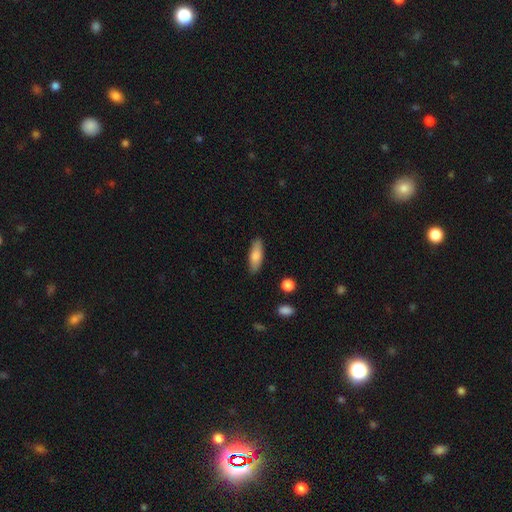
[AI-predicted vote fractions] smooth_or_featured: smooth (p=0.79) [alt: featured or disk p=0.14]
how_rounded: in between (p=0.59) [alt: cigar-shaped p=0.38]
merging: none (p=0.85) [alt: minor disturbance p=0.11]